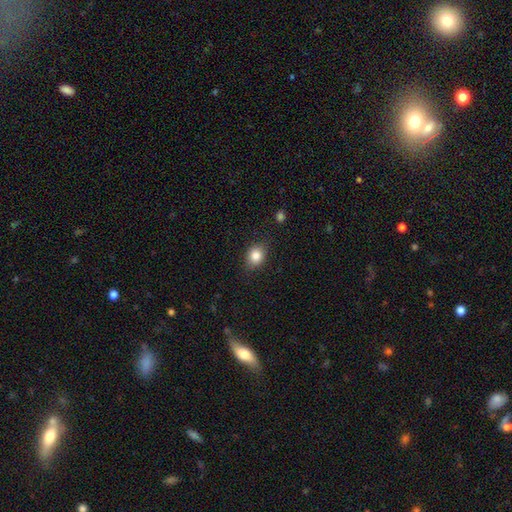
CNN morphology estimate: smooth_or_featured: smooth (p=0.83) [alt: star or artifact p=0.09]
how_rounded: in between (p=0.53) [alt: round p=0.46]
merging: none (p=0.83) [alt: minor disturbance p=0.13]